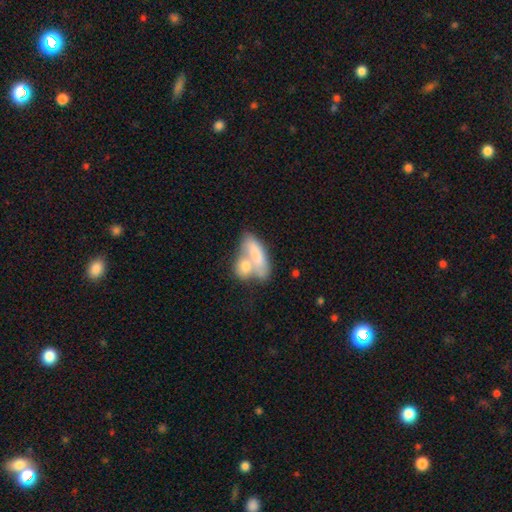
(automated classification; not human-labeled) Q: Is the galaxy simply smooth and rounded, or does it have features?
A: smooth — 72%.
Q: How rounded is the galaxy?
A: in between — 70%.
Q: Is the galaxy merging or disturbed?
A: merger — 58%.